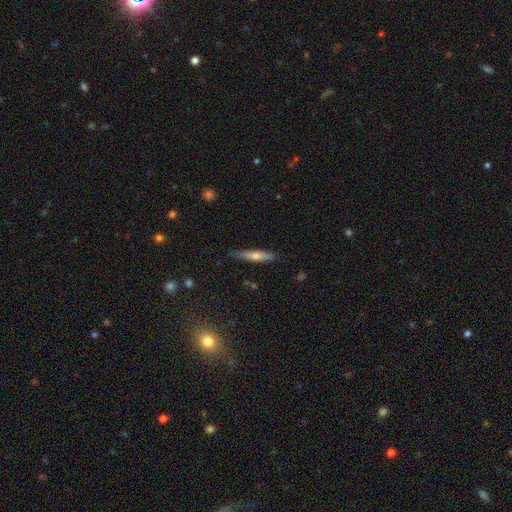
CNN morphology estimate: Smooth or featured? smooth (63%)
How rounded? cigar-shaped (87%)
Merging? none (80%)